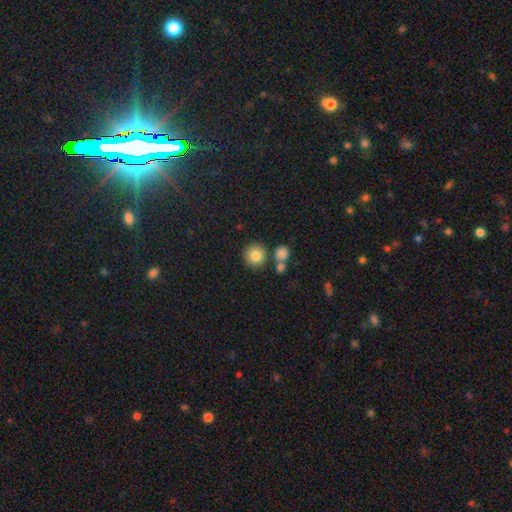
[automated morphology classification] A smooth galaxy with no disk features (82%) that is round (92%).

Vote fractions:
- Smooth or featured? smooth: 82% / star or artifact: 11% / featured or disk: 8%
- How rounded? round: 92% / in between: 7% / cigar-shaped: 1%
- Merging? none: 74% / merger: 14% / minor disturbance: 9% / major disturbance: 3%